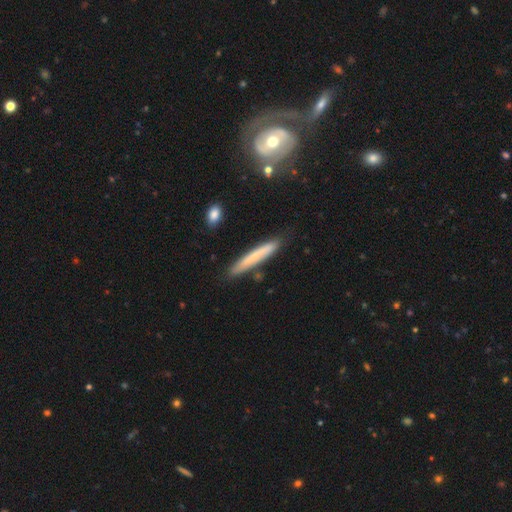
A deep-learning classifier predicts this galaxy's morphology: type=smooth (61%); roundness=cigar-shaped (95%); merging=none (83%).